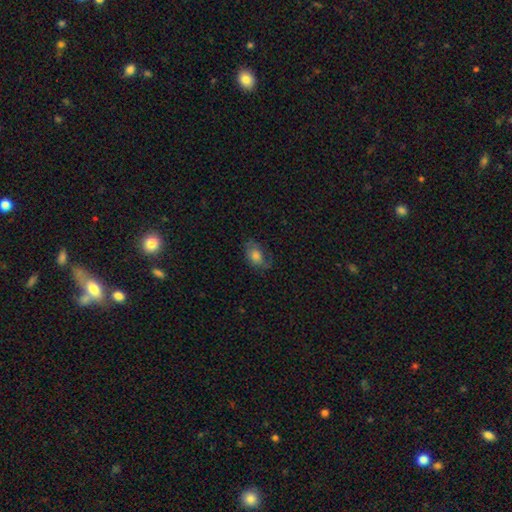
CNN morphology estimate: This appears to be a smooth galaxy with no disk features (65%) that is in between round and cigar-shaped (80%). Merging: none (57%).